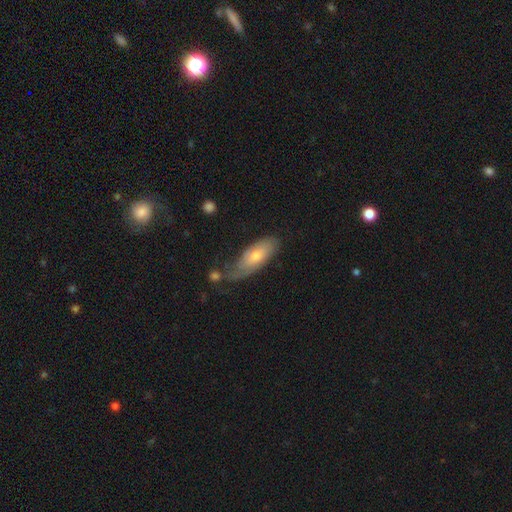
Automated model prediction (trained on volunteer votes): Overall: smooth (53%; featured or disk 41%). How rounded: in between (76%). Merging: none (42%; minor disturbance 30%).